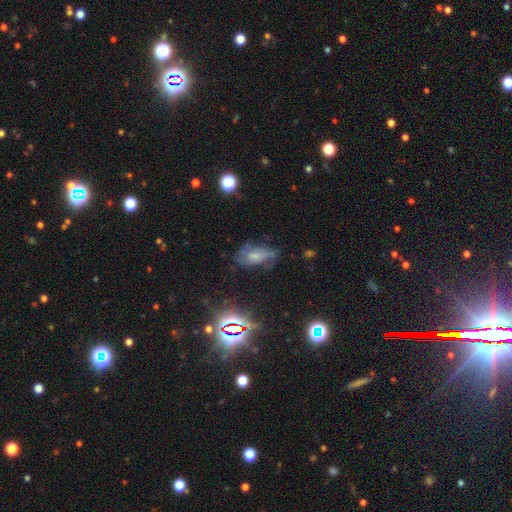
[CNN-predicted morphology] type=smooth (43%); merging=none (50%).